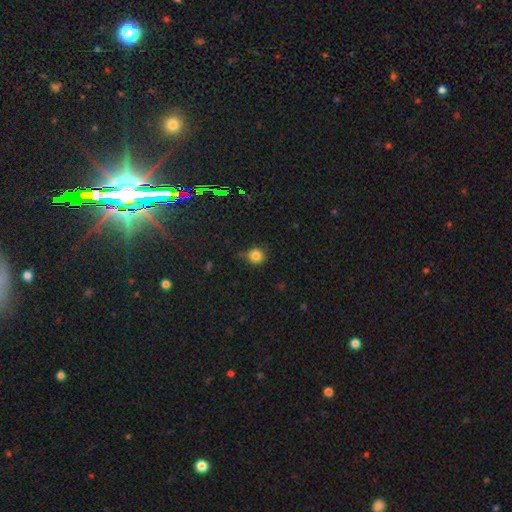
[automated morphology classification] type=smooth (82%); roundness=round (92%); merging=none (72%).